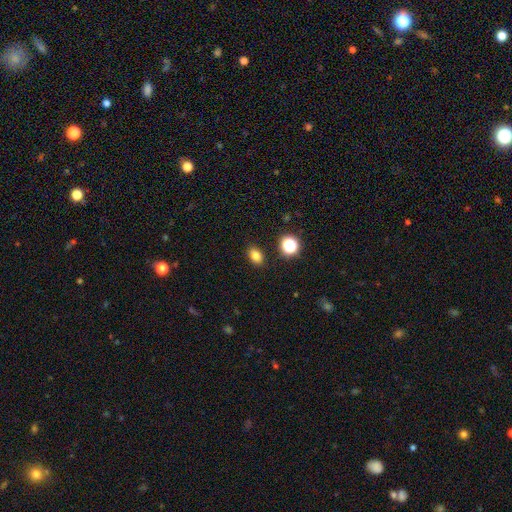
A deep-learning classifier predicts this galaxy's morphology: Smooth or featured: smooth — 80% (star or artifact — 14%)
How rounded: in between — 76% (round — 23%)
Merging: none — 87% (minor disturbance — 9%)